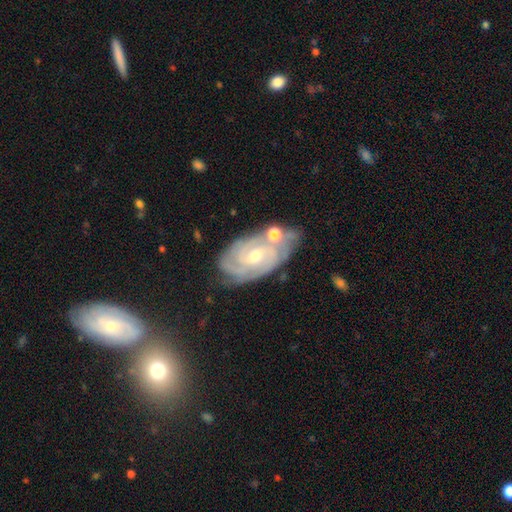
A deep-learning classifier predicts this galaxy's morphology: smooth-or-featured: featured or disk: 86% | smooth: 9% | star or artifact: 6%
  disk-edge-on: no: 96% | yes: 4%
    bar: no: 51% | weak: 40% | strong: 9%
    has-spiral-arms: yes: 97% | no: 3%
      spiral-winding: tight: 71% | medium: 25% | loose: 4%
      spiral-arm-count: 3: 28% | can't tell: 24% | 2: 22% | 4: 16% | more than 4: 5% | 1: 4%
    bulge-size: small: 53% | moderate: 43% | large: 2% | none: 1% | dominant: 1%
  merging: none: 63% | minor disturbance: 19% | merger: 12% | major disturbance: 6%